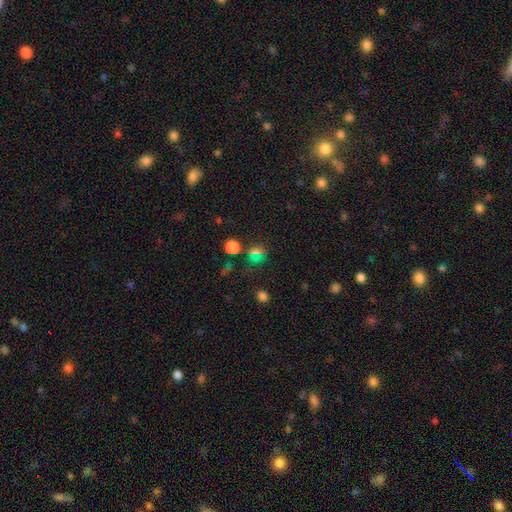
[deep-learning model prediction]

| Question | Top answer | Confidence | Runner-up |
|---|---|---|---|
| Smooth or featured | smooth | 55% | star or artifact (37%) |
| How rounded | round | 76% | in between (22%) |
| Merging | none | 74% | minor disturbance (12%) |